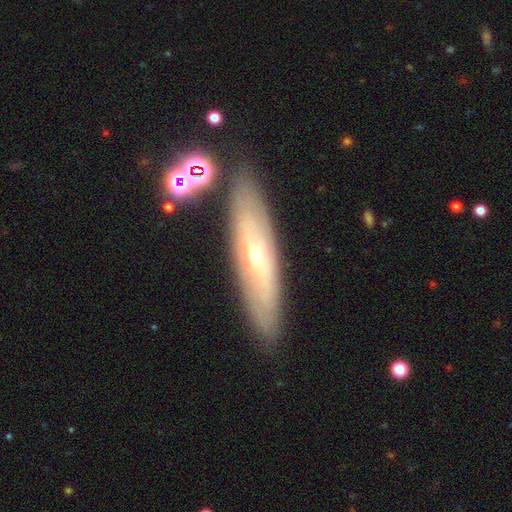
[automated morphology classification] type=featured or disk (61%); edge-on=no (52%); merging=none (84%).